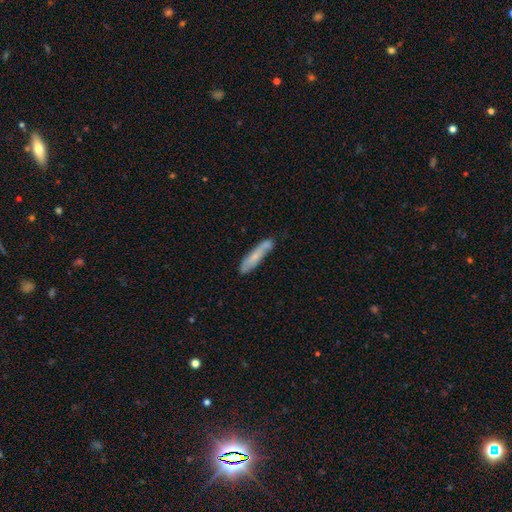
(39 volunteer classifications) A smooth galaxy with no disk features (56%) that is cigar-shaped (95%).

Vote fractions:
- Smooth or featured? smooth: 56% / featured or disk: 44% / star or artifact: 0%
- How rounded? cigar-shaped: 95% / in between: 5% / round: 0%
- Merging? none: 77% / minor disturbance: 15% / merger: 5% / major disturbance: 3%